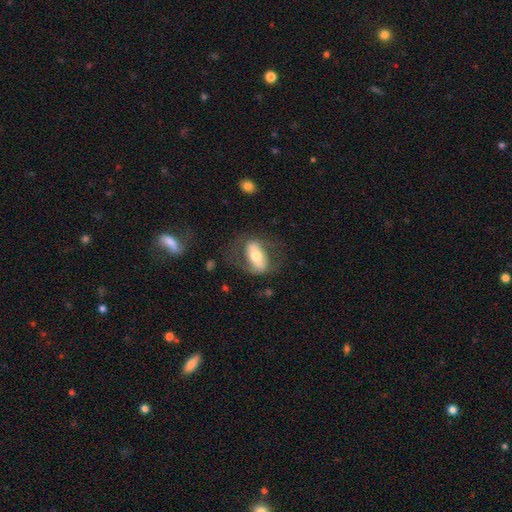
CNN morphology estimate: type=featured or disk (51%); edge-on=no (85%); merging=none (64%).